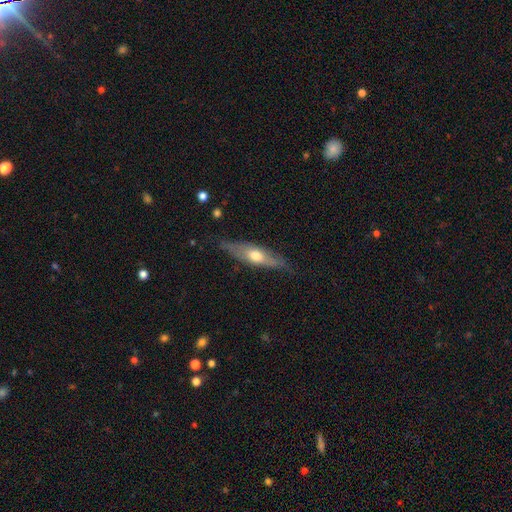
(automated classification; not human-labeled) Smooth or featured? featured or disk (49%)
Merging? none (76%)